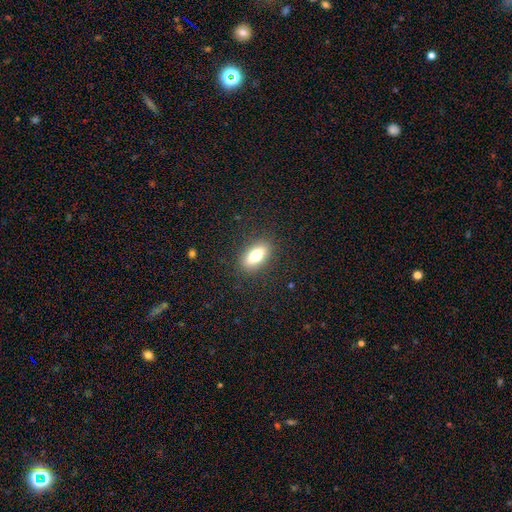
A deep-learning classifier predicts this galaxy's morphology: smooth 76%, featured or disk 16%, star or artifact 9%. Down the decision tree: how rounded — in between (80%); merging — none (86%).